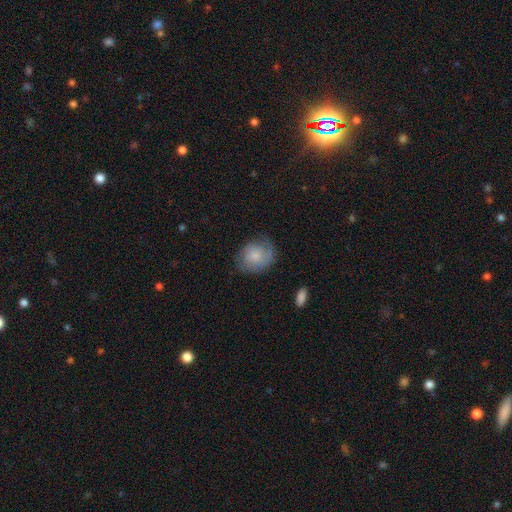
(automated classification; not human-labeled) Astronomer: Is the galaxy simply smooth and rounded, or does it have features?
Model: smooth — 66%.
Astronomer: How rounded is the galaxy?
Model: round — 66%.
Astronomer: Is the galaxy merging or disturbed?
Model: none — 64%.